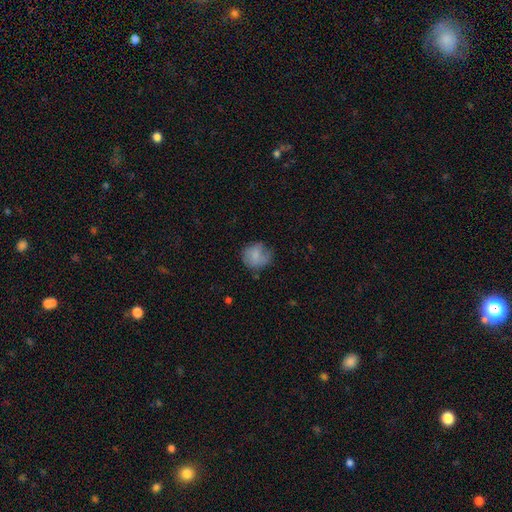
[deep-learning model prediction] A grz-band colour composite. It shows a smooth galaxy with no disk features (75%) that is round (75%). Merging: none (55%).